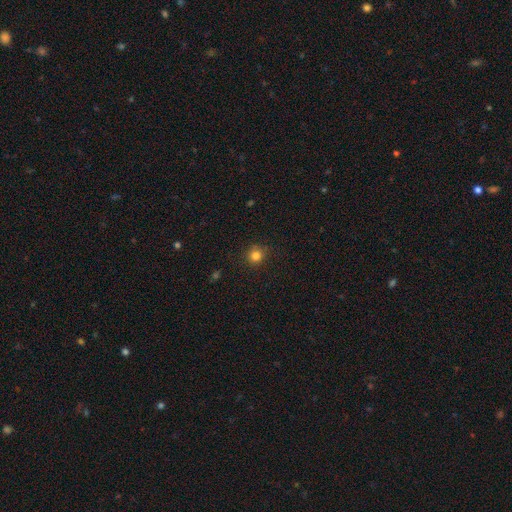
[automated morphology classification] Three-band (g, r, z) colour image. It shows a smooth galaxy with no disk features (82%) that is round (92%). Merging: none (88%).